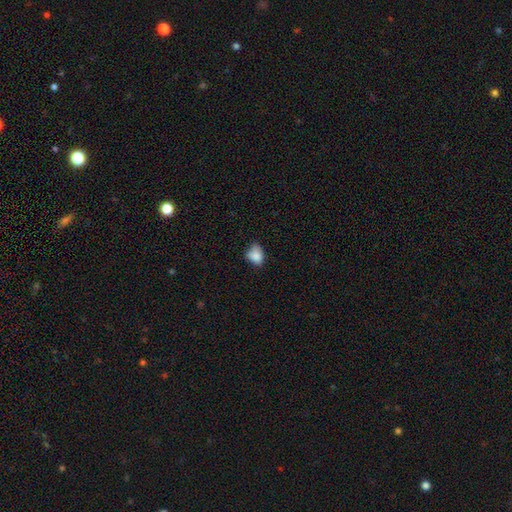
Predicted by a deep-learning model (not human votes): Q: Smooth or featured?
A: smooth (82%); runner-up: star or artifact (9%)
Q: How rounded?
A: in between (71%); runner-up: round (28%)
Q: Merging?
A: none (43%); runner-up: minor disturbance (42%)